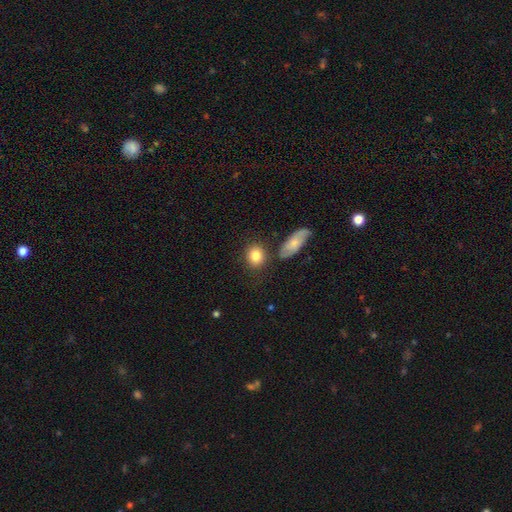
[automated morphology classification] Smooth or featured: smooth — 83% (featured or disk — 10%)
How rounded: round — 59% (in between — 39%)
Merging: none — 74% (minor disturbance — 12%)